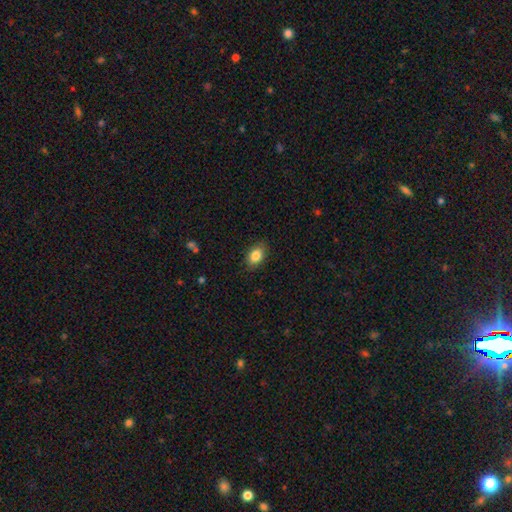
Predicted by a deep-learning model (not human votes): A smooth galaxy with no disk features (85%) that is in between round and cigar-shaped (88%).

Vote fractions:
- Smooth or featured? smooth: 85% / star or artifact: 7% / featured or disk: 7%
- How rounded? in between: 88% / round: 10% / cigar-shaped: 2%
- Merging? none: 86% / minor disturbance: 11% / major disturbance: 2% / merger: 1%